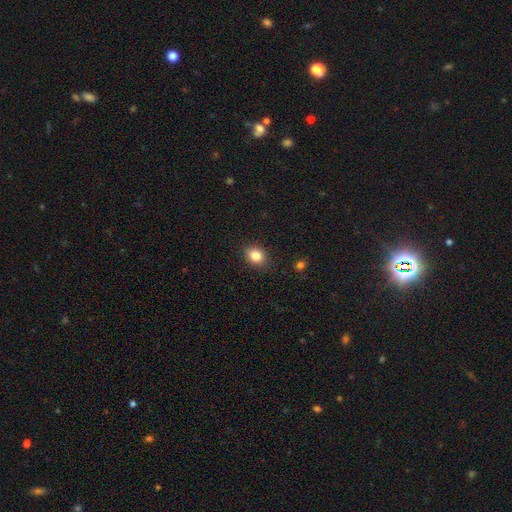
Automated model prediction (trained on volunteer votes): Morphology: type=smooth (84%); roundness=in between (57%); merging=none (87%).